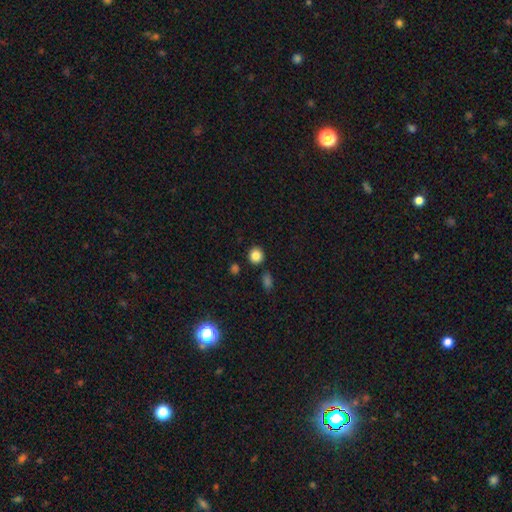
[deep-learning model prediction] This appears to be a smooth galaxy with no disk features (84%) that is round (89%). Merging: none (87%).